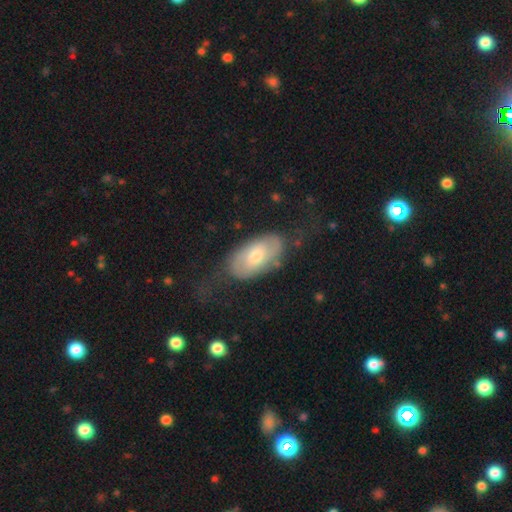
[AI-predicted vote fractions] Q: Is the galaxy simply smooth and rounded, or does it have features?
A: smooth — 50%.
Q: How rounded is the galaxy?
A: in between — 93%.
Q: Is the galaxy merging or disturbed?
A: none — 55%.